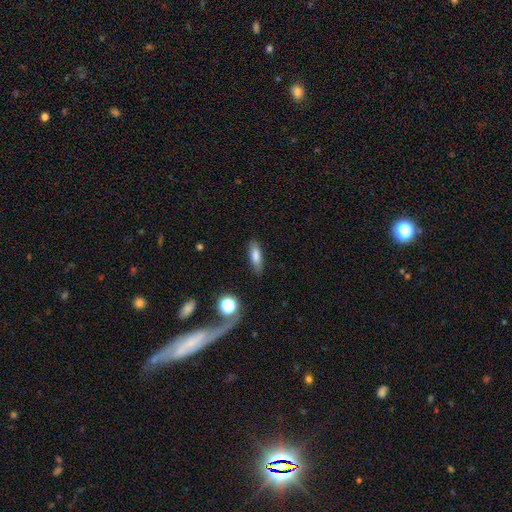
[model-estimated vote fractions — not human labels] smooth 79%, featured or disk 12%, star or artifact 9%. Down the decision tree: how rounded — in between (55%); merging — none (80%).